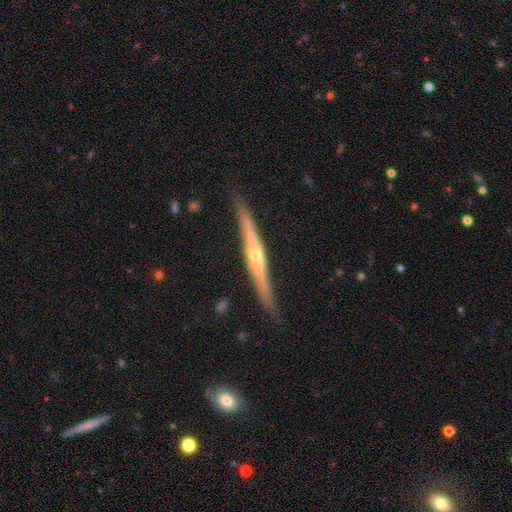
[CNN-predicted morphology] type=featured or disk (79%); edge-on=yes (97%); edge-on bulge=rounded (79%); merging=none (87%).